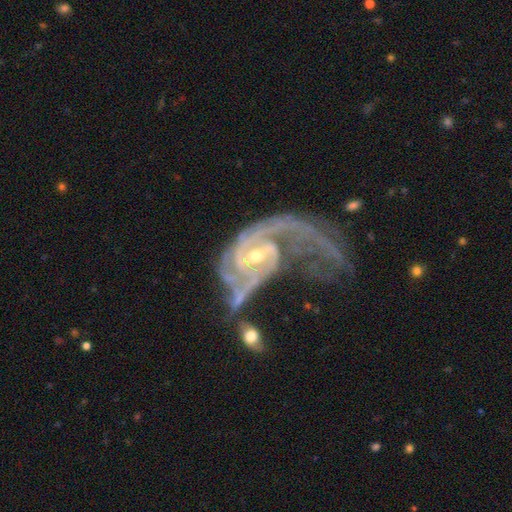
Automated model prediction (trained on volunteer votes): Smooth or featured: featured or disk — 92% (star or artifact — 5%)
Edge-on disk: no — 97% (yes — 3%)
Bar: weak — 46% (no — 28%)
Spiral arms: yes — 97% (no — 3%)
Spiral winding: medium — 45% (tight — 32%)
Spiral arm count: 2 — 51% (can't tell — 15%)
Bulge size: small — 60% (moderate — 37%)
Merging: major disturbance — 47% (none — 21%)